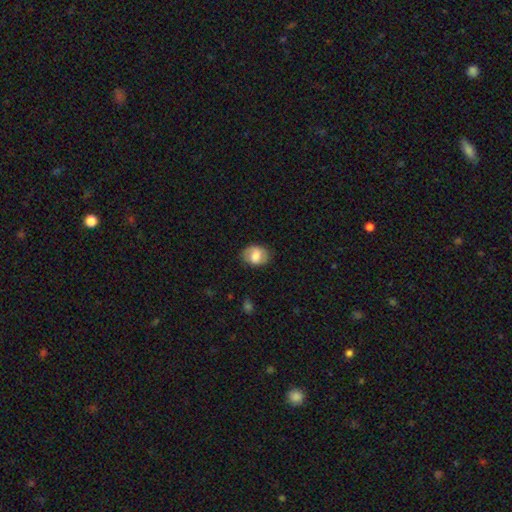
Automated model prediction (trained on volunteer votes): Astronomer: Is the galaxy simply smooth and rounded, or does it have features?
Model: smooth — 63%.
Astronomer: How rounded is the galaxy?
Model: in between — 70%.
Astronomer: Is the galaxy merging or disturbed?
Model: none — 78%.